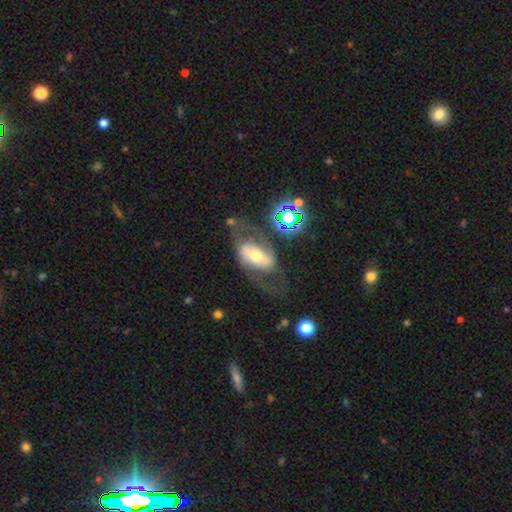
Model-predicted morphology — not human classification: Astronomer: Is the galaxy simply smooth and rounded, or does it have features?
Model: featured or disk — 71%.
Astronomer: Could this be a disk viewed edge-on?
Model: no — 92%.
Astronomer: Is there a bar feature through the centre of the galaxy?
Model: strong — 36% (runner-up: no, 34%).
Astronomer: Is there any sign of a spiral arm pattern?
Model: yes — 72%.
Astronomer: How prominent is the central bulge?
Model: moderate — 55%.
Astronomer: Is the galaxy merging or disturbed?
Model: none — 56%.